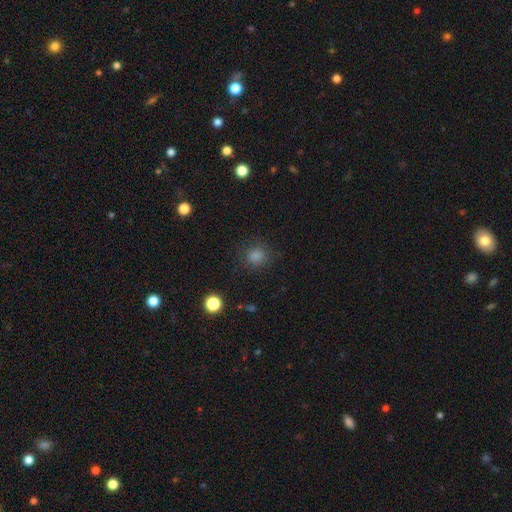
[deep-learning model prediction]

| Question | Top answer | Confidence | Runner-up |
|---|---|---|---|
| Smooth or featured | smooth | 77% | star or artifact (18%) |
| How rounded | round | 84% | in between (15%) |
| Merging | none | 85% | minor disturbance (10%) |